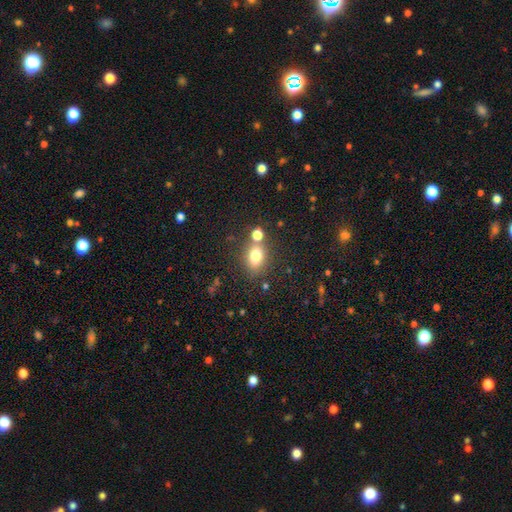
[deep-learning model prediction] Smooth or featured?
  - smooth: 76% *
  - star or artifact: 13%
  - featured or disk: 11%
How rounded?
  - in between: 62% *
  - round: 37%
  - cigar-shaped: 2%
Merging?
  - none: 64% *
  - merger: 20%
  - minor disturbance: 12%
  - major disturbance: 4%